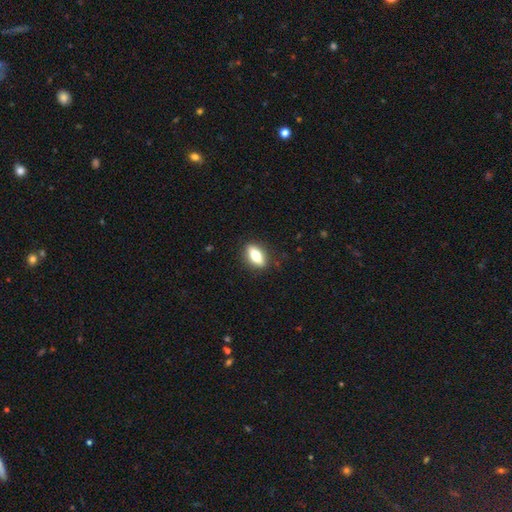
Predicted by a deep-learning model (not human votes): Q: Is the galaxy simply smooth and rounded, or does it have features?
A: smooth — 62%.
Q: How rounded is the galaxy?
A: in between — 74%.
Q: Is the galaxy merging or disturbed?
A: none — 86%.